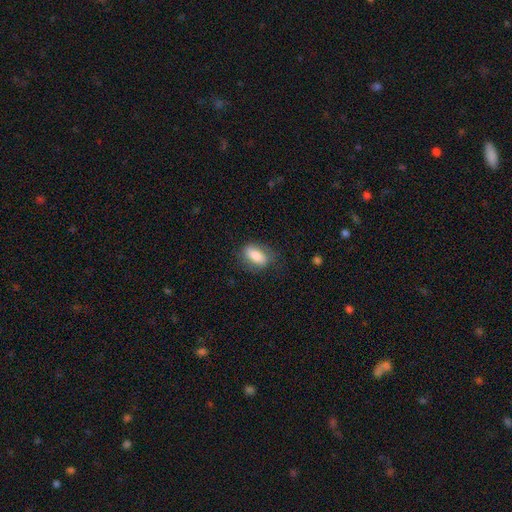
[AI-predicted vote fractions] A smooth galaxy with no disk features (80%) that is in between round and cigar-shaped (82%). Merging: none (72%).